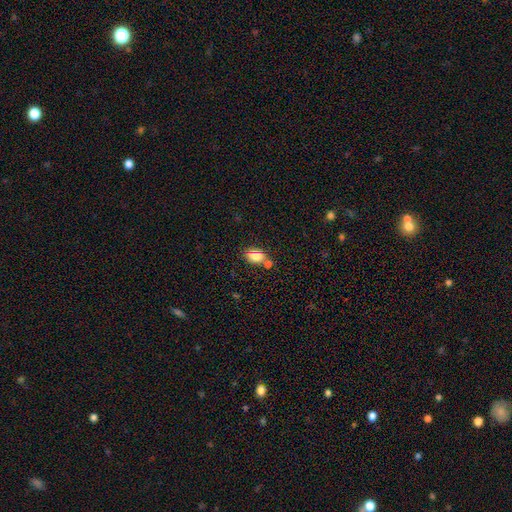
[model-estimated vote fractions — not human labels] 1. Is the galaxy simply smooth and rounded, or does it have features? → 81% smooth, 11% star or artifact, 8% featured or disk.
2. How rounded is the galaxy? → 83% in between, 15% round, 3% cigar-shaped.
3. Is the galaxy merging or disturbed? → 60% none, 20% merger, 15% minor disturbance, 5% major disturbance.